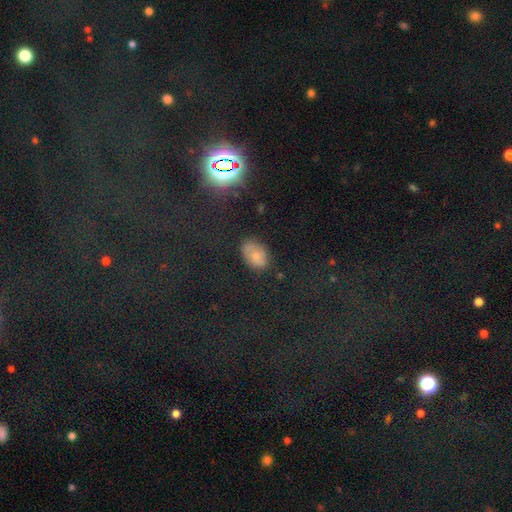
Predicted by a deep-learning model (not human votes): Overall: smooth (60%; star or artifact 23%). How rounded: in between (85%). Merging: none (72%).